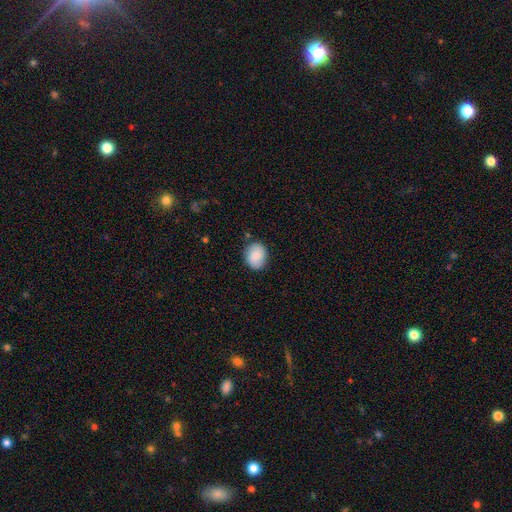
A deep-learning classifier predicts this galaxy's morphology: This appears to be a smooth galaxy with no disk features (76%) that is round (51%). Merging: none (81%).